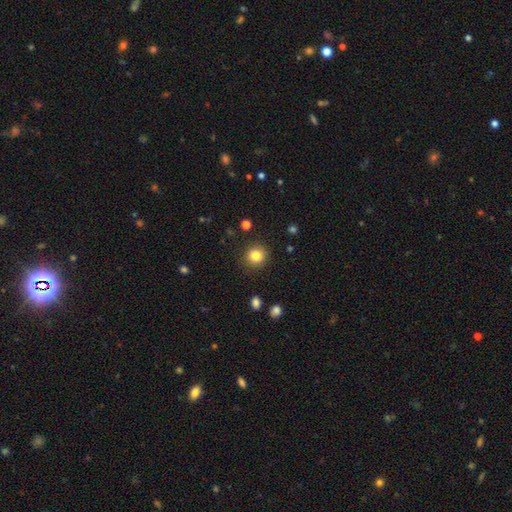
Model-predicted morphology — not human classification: This appears to be a smooth galaxy with no disk features (84%) that is round (90%). Merging: none (89%).